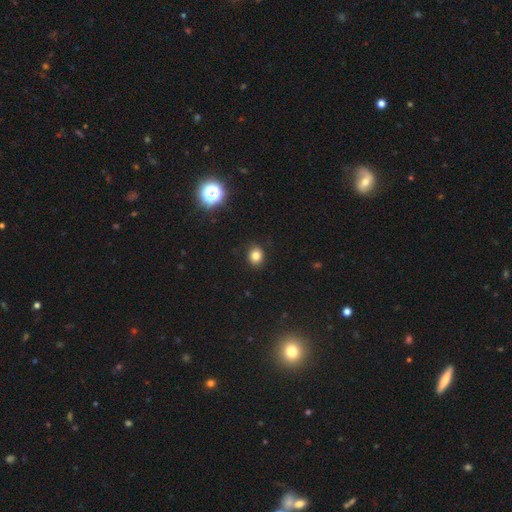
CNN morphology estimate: The model was most divided on "how rounded": round: 66%, in between: 33%, cigar-shaped: 1%. More confident: merging — none (89%); smooth or featured — smooth (80%).